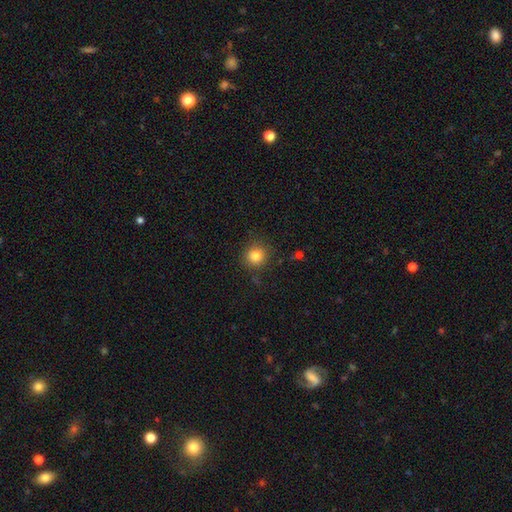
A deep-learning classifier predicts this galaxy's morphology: smooth-or-featured: smooth: 82% | star or artifact: 12% | featured or disk: 6%
  how-rounded: round: 91% | in between: 8% | cigar-shaped: 1%
  merging: none: 86% | minor disturbance: 9% | major disturbance: 3% | merger: 2%